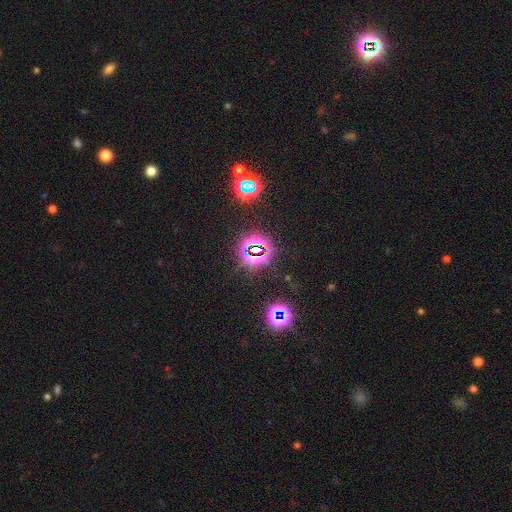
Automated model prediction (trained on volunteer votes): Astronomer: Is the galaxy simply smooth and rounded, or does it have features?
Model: star or artifact — 77%.